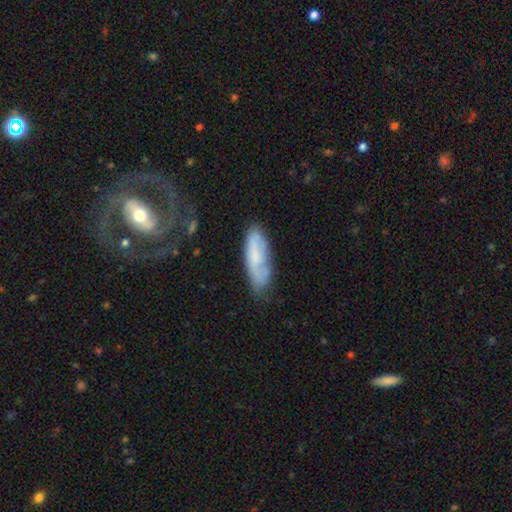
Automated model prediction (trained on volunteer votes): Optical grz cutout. It shows a smooth galaxy with no disk features (55%) that is in between round and cigar-shaped (55%). Merging: none (63%).